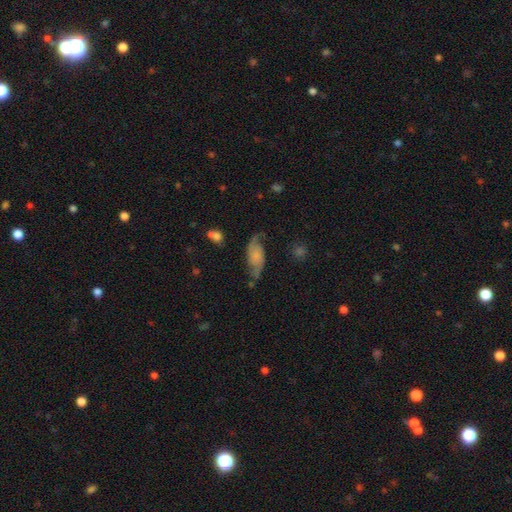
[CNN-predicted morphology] smooth_or_featured: featured or disk (p=0.71) [alt: smooth p=0.21]
disk_edge_on: no (p=0.94) [alt: yes p=0.06]
bar: no (p=0.68) [alt: weak p=0.25]
has_spiral_arms: yes (p=0.94) [alt: no p=0.06]
spiral_winding: loose (p=0.62) [alt: medium p=0.29]
spiral_arm_count: 2 (p=0.91) [alt: can't tell p=0.03]
bulge_size: none (p=0.38) [alt: small p=0.37]
merging: none (p=0.64) [alt: minor disturbance p=0.22]